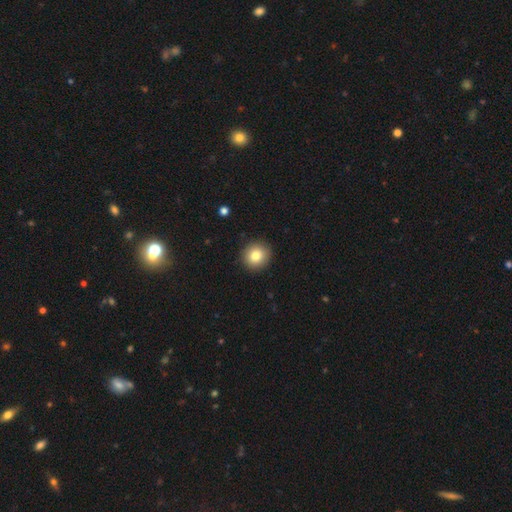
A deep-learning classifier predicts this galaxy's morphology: type=smooth (81%); roundness=round (91%); merging=none (92%).